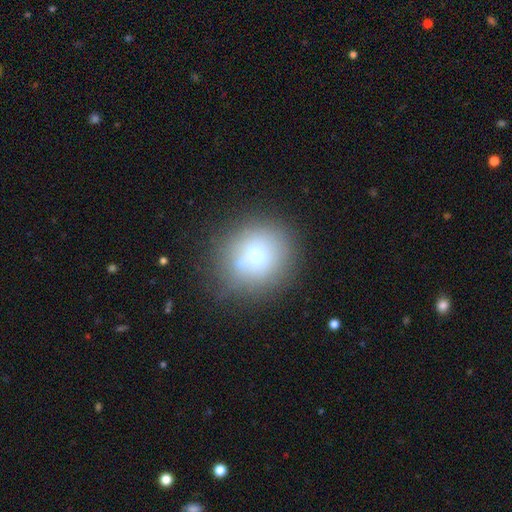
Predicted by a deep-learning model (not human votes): Q: Smooth or featured?
A: smooth (62%); runner-up: featured or disk (23%)
Q: How rounded?
A: round (86%); runner-up: in between (13%)
Q: Merging?
A: none (62%); runner-up: merger (16%)